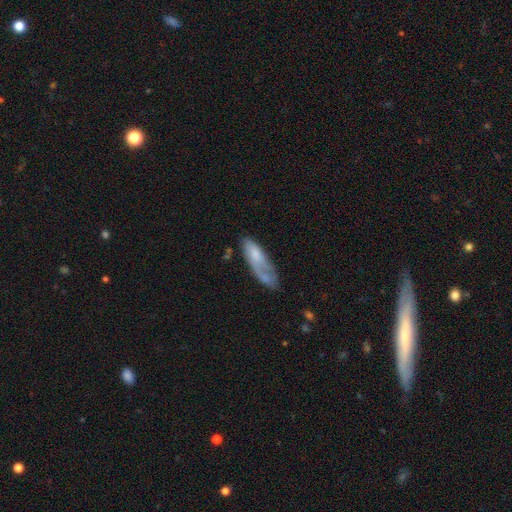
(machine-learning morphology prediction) A smooth galaxy with no disk features (56%) that is in between round and cigar-shaped (62%). Merging: none (37%).